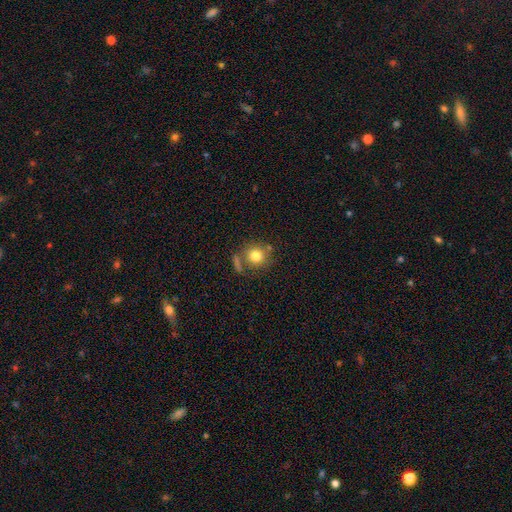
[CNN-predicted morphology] Smooth or featured? smooth (79%)
How rounded? round (87%)
Merging? none (65%)